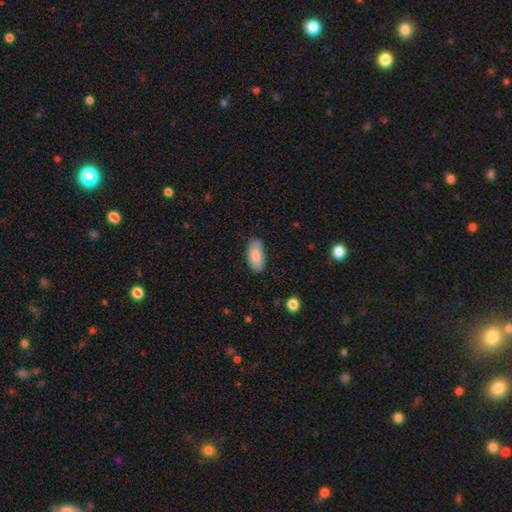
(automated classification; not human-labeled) Smooth or featured? Predicted: smooth (p=0.84). How rounded? Predicted: in between (p=0.93). Merging? Predicted: none (p=0.84).